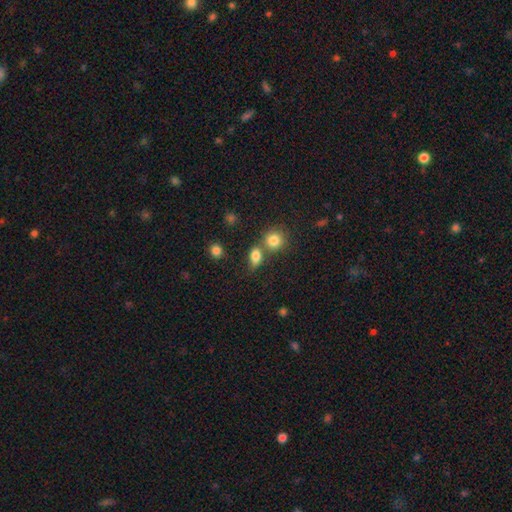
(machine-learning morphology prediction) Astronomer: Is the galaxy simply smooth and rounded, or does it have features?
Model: smooth — 81%.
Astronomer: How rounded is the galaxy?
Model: in between — 64%.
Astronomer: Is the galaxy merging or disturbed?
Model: none — 48% (runner-up: merger, 34%).